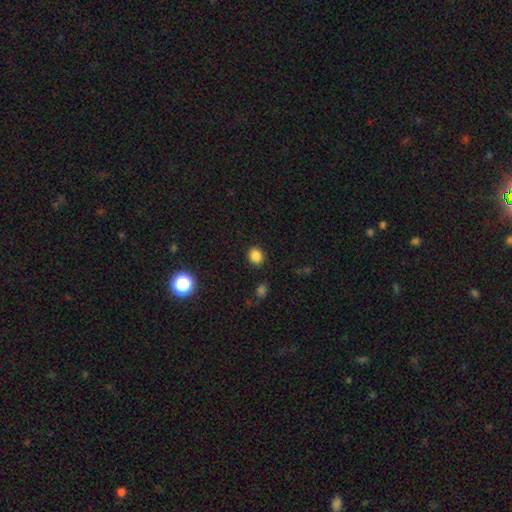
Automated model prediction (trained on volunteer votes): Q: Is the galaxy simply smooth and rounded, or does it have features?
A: smooth — 84%.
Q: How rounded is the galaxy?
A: round — 73%.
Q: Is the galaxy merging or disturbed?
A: none — 88%.